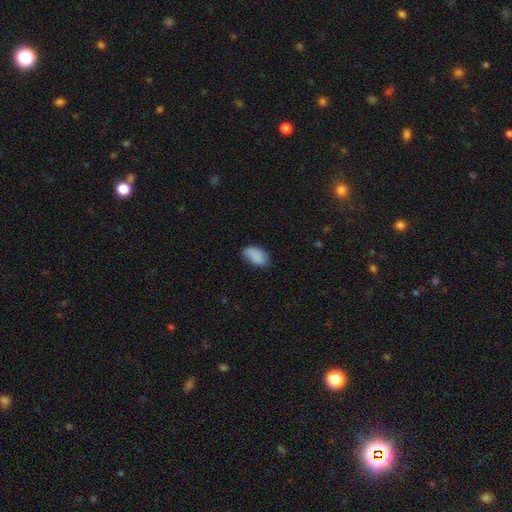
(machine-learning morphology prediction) Smooth or featured? Predicted: smooth (p=0.88). How rounded? Predicted: in between (p=0.94). Merging? Predicted: none (p=0.72).